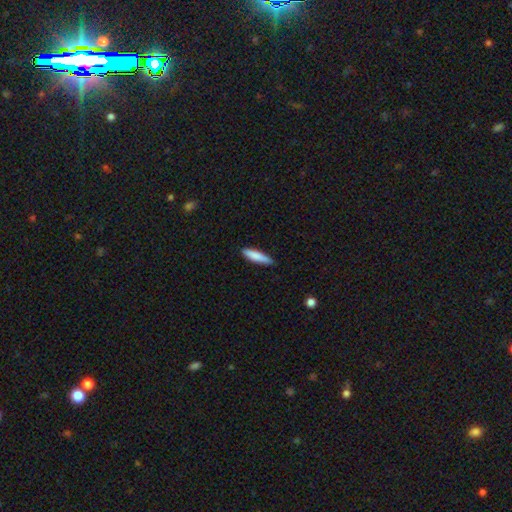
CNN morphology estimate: Smooth or featured? Predicted: smooth (p=0.82). How rounded? Predicted: cigar-shaped (p=0.81). Merging? Predicted: none (p=0.85).